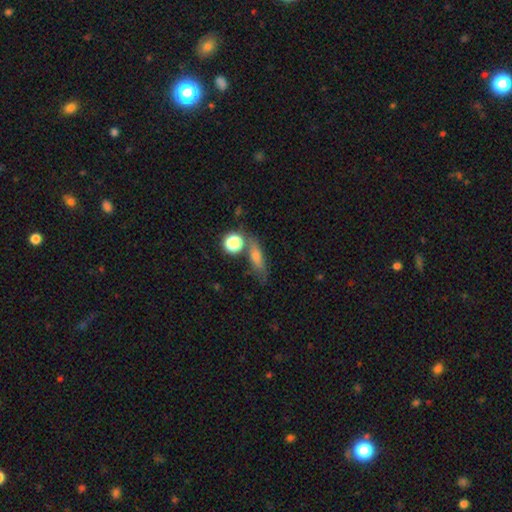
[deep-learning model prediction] smooth_or_featured: smooth (p=0.60) [alt: featured or disk p=0.23]
how_rounded: cigar-shaped (p=0.46) [alt: in between p=0.36]
merging: none (p=0.62) [alt: minor disturbance p=0.17]